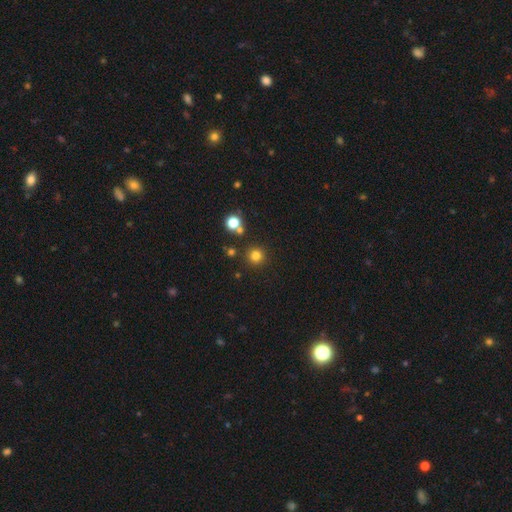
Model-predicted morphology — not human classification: Overall: smooth (79%). How rounded: round (95%). Merging: none (87%).